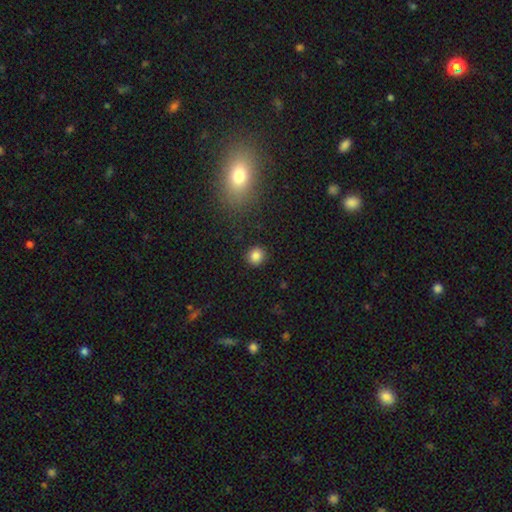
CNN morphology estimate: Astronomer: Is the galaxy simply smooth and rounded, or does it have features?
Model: smooth — 85%.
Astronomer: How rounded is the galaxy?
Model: round — 87%.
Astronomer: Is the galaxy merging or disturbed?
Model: none — 90%.